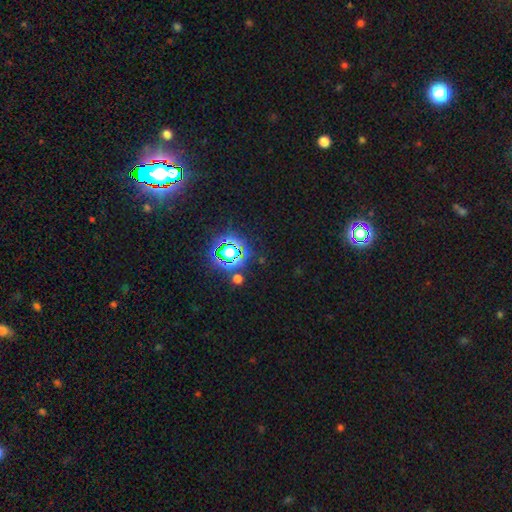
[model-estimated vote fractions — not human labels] Smooth or featured?
  - star or artifact: 80% *
  - smooth: 13%
  - featured or disk: 7%